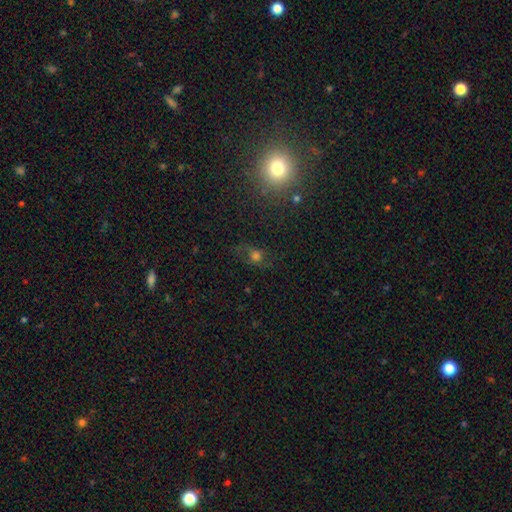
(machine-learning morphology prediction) Smooth or featured? Predicted: smooth (p=0.39). Merging? Predicted: none (p=0.62).